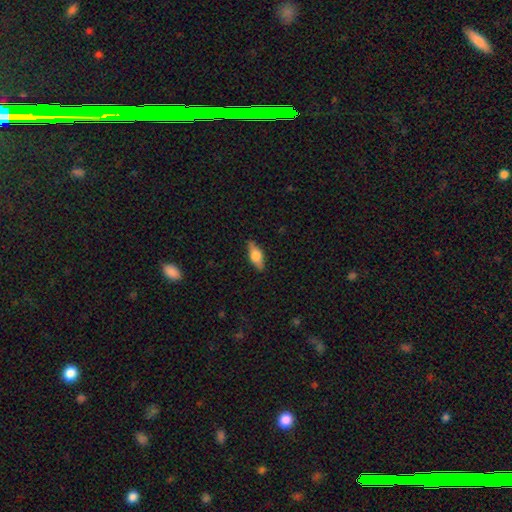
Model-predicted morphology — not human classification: Smooth or featured: smooth — 54% (featured or disk — 40%)
How rounded: in between — 68% (cigar-shaped — 28%)
Merging: none — 86% (minor disturbance — 10%)